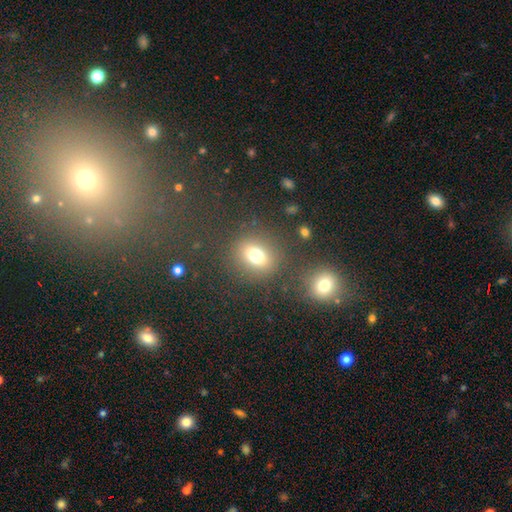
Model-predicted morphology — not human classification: This is likely a smooth galaxy (72%). How rounded: likely round (60%). Merging: likely none (79%).